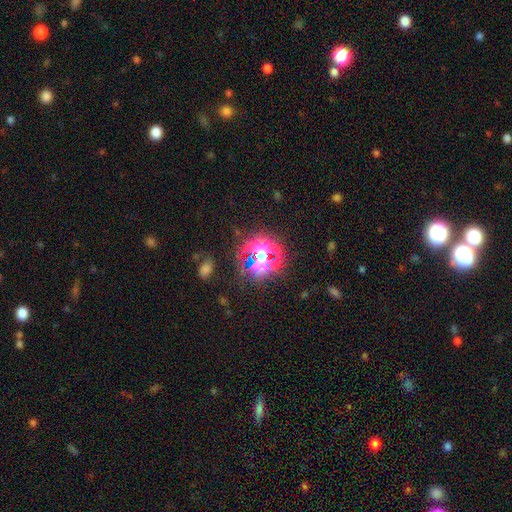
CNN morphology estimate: Smooth or featured: star or artifact — 67% (smooth — 23%)